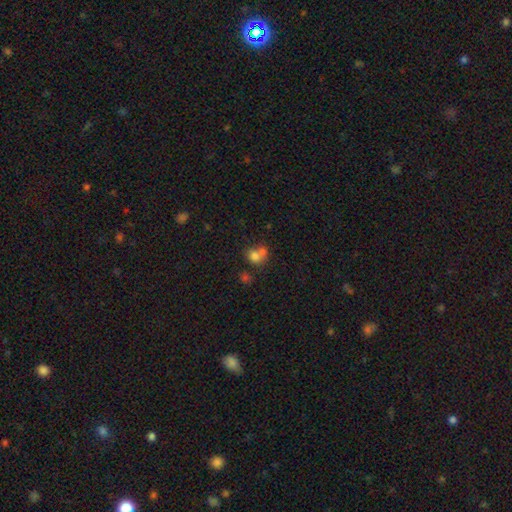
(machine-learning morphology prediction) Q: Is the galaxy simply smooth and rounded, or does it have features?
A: smooth — 74%.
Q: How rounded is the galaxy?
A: round — 70%.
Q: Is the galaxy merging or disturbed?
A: merger — 52%.